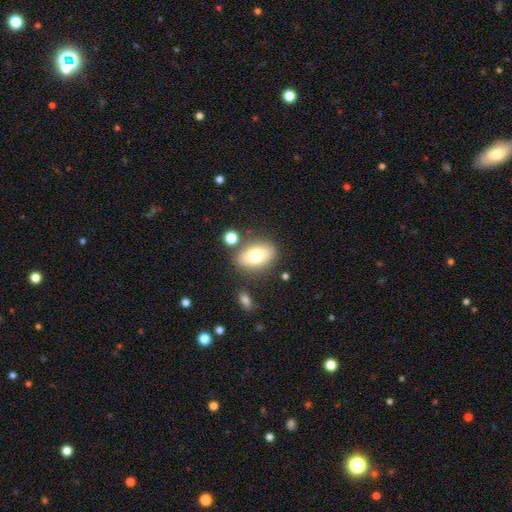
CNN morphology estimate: smooth-or-featured: smooth: 73% | featured or disk: 18% | star or artifact: 9%
  how-rounded: in between: 82% | round: 16% | cigar-shaped: 2%
  merging: none: 77% | minor disturbance: 12% | merger: 7% | major disturbance: 4%